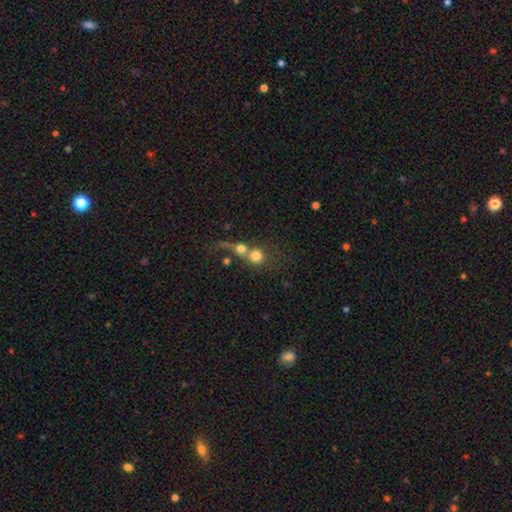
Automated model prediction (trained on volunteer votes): Smooth or featured? smooth (72%)
How rounded? round (83%)
Merging? merger (64%)